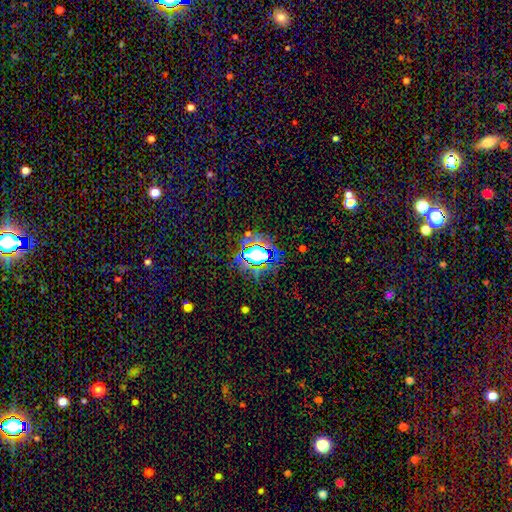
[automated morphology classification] This appears to be a star or artifact, not a galaxy (58%).